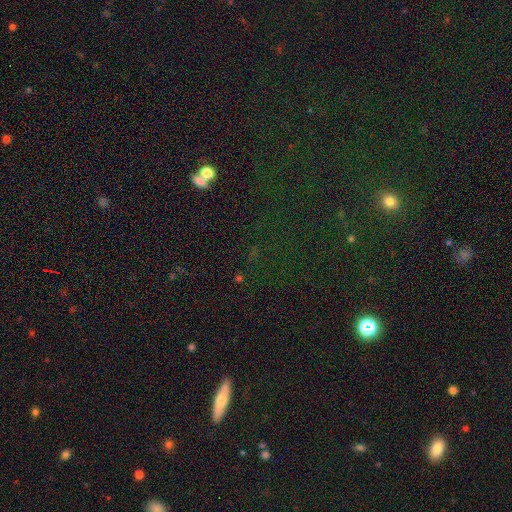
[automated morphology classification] A star or artifact, not a galaxy (63%).